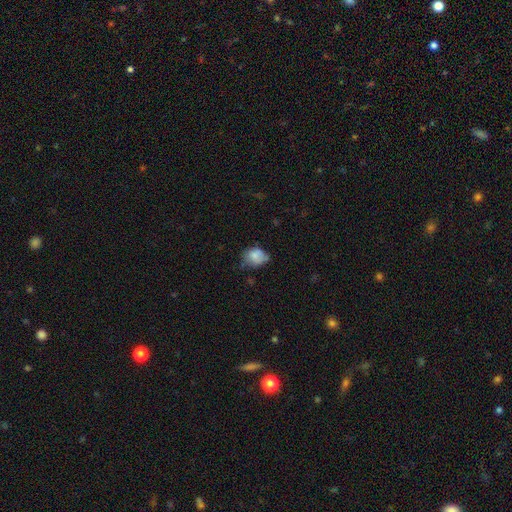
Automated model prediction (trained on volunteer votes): Smooth or featured: smooth — 76% (featured or disk — 15%)
How rounded: in between — 62% (round — 37%)
Merging: none — 42% (minor disturbance — 41%)